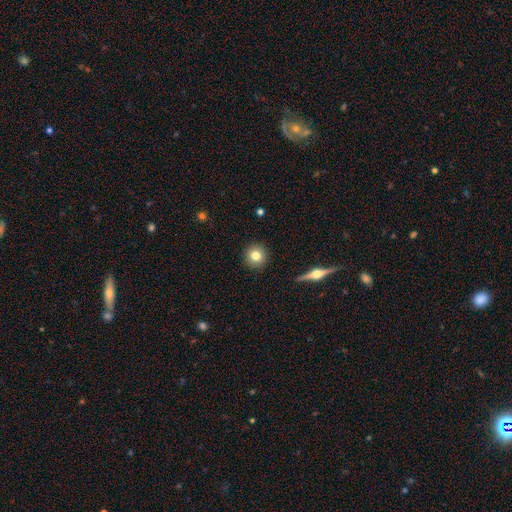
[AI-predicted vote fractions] Smooth or featured: smooth — 78% (featured or disk — 12%)
How rounded: round — 94% (in between — 5%)
Merging: none — 91% (minor disturbance — 6%)